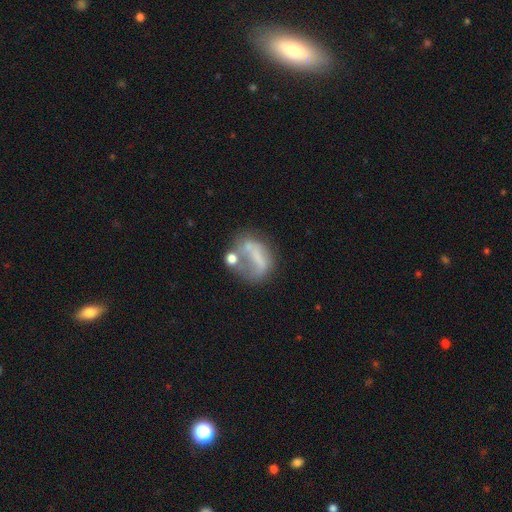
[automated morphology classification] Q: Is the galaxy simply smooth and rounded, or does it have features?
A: featured or disk — 47%.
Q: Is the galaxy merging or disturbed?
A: none — 32%.